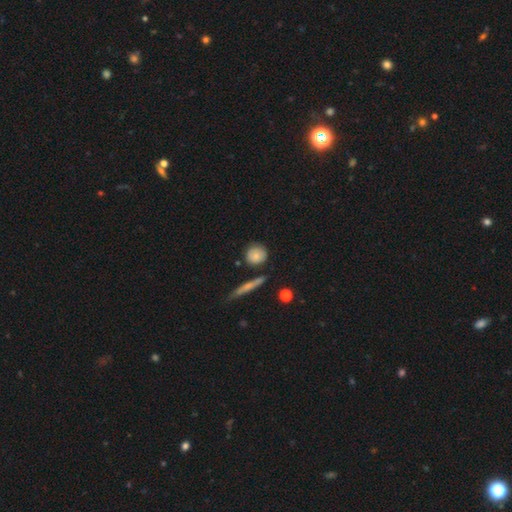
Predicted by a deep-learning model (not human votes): This is likely a smooth galaxy (76%). How rounded: clearly round (85%). Merging: likely none (76%).